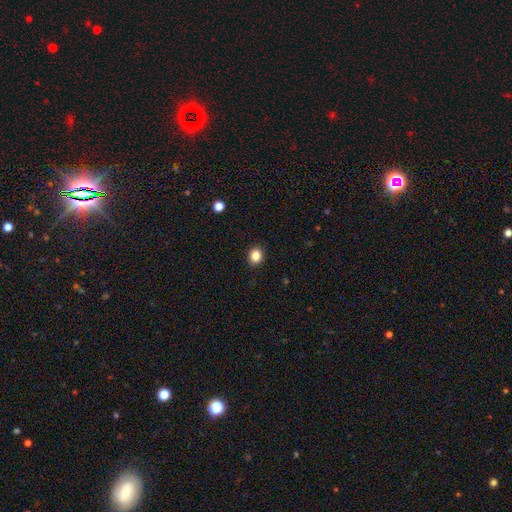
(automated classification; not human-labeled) A smooth galaxy with no disk features (85%) that is round (70%). Merging: none (91%).